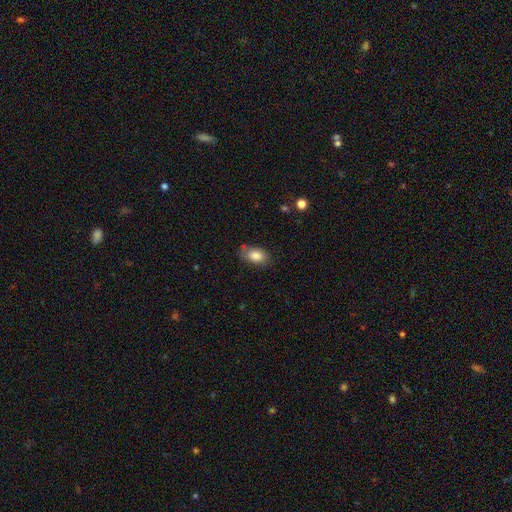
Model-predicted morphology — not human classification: Smooth or featured? Predicted: smooth (p=0.83). How rounded? Predicted: in between (p=0.89). Merging? Predicted: none (p=0.69).